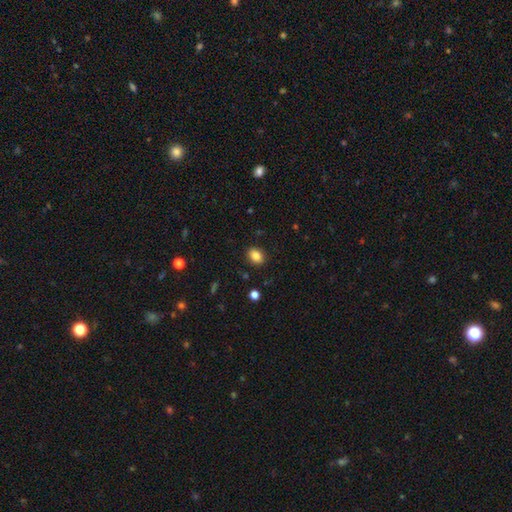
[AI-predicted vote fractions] This is clearly a smooth galaxy (87%). How rounded: likely in between (69%). Merging: clearly none (88%).